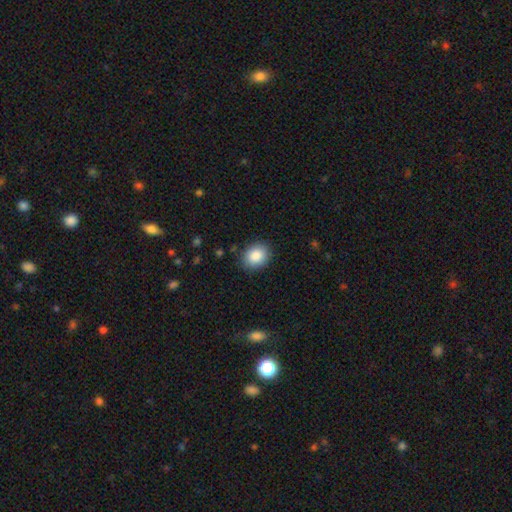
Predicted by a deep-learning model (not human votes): This appears to be a smooth galaxy with no disk features (87%) that is in between round and cigar-shaped (52%). Merging: none (87%).